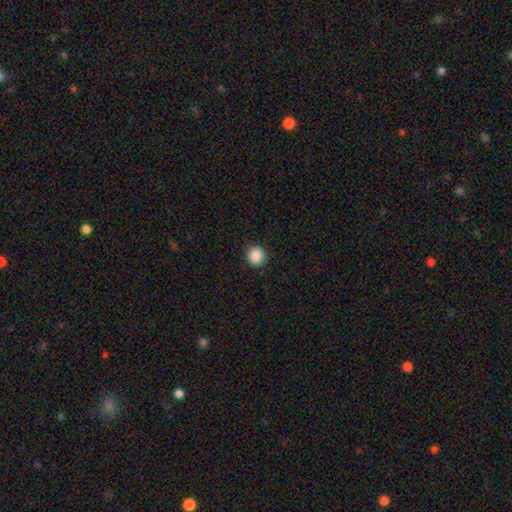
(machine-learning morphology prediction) A smooth galaxy with no disk features (88%) that is round (90%).

Vote fractions:
- Smooth or featured? smooth: 88% / star or artifact: 9% / featured or disk: 3%
- How rounded? round: 90% / in between: 9% / cigar-shaped: 1%
- Merging? none: 90% / minor disturbance: 7% / major disturbance: 2% / merger: 1%